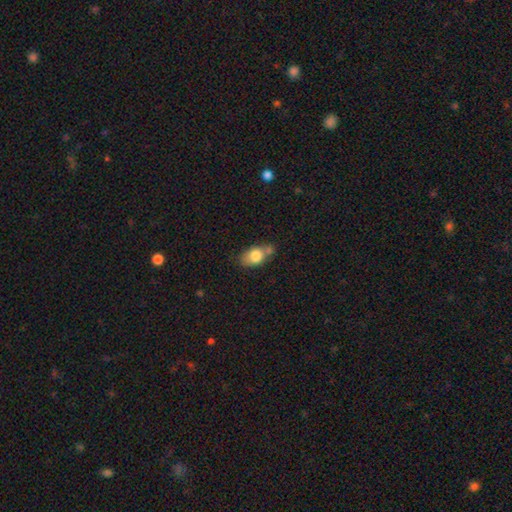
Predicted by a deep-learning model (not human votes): Smooth or featured? Predicted: smooth (p=0.78). How rounded? Predicted: in between (p=0.79). Merging? Predicted: none (p=0.44).